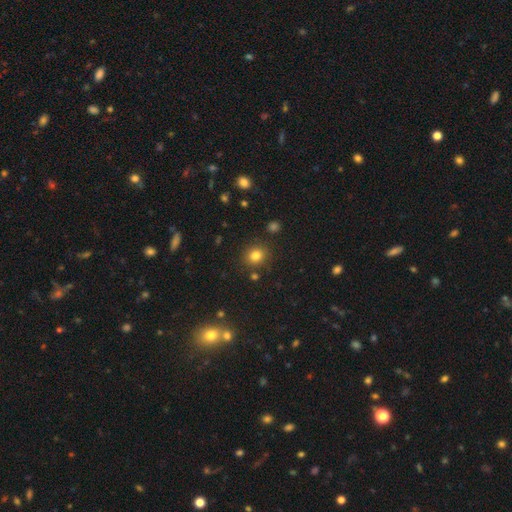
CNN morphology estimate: Smooth or featured? Predicted: smooth (p=0.80). How rounded? Predicted: round (p=0.71). Merging? Predicted: none (p=0.84).